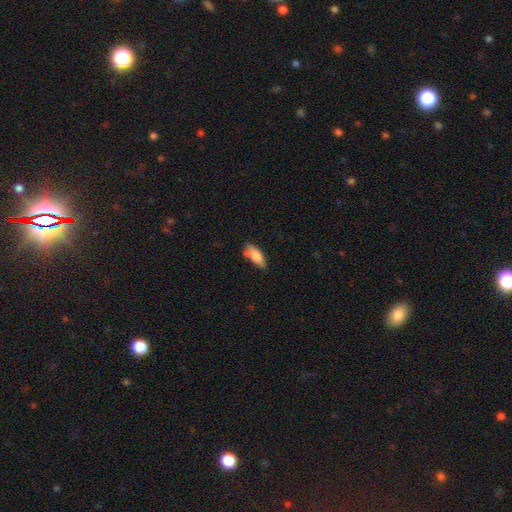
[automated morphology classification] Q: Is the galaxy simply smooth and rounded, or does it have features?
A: smooth — 76%.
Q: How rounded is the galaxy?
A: in between — 75%.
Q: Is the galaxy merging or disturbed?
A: none — 57%.